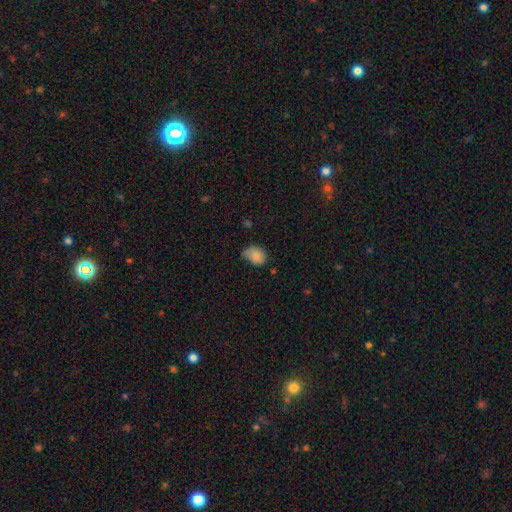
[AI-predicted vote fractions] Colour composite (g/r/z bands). It shows a smooth galaxy with no disk features (80%) that is in between round and cigar-shaped (56%). Merging: minor disturbance (42%).